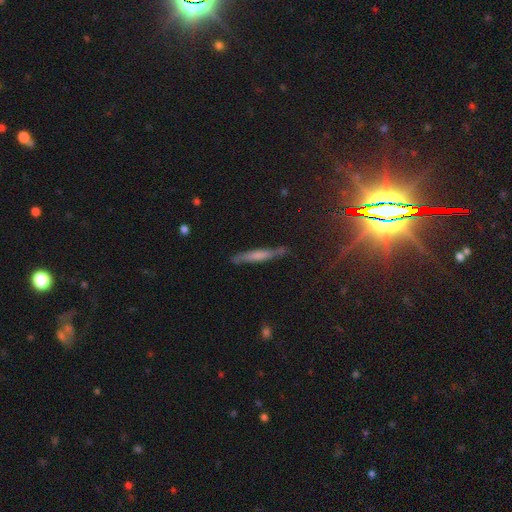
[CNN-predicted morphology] featured or disk 46%, smooth 43%, star or artifact 11%. Down the decision tree: merging — none (81%).